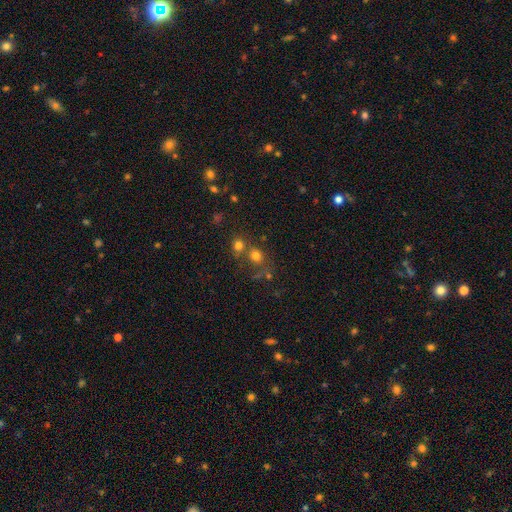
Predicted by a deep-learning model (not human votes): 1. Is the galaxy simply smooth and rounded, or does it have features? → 71% smooth, 19% star or artifact, 10% featured or disk.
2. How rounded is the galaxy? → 77% round, 22% in between, 1% cigar-shaped.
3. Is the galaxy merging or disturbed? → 52% none, 34% merger, 9% minor disturbance, 5% major disturbance.